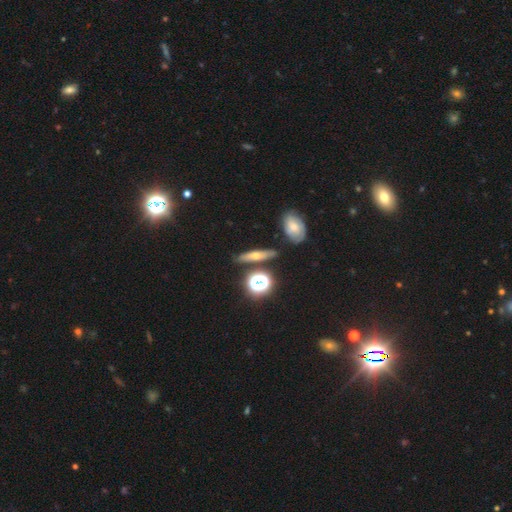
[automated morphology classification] Smooth or featured? Predicted: smooth (p=0.42). Merging? Predicted: none (p=0.83).